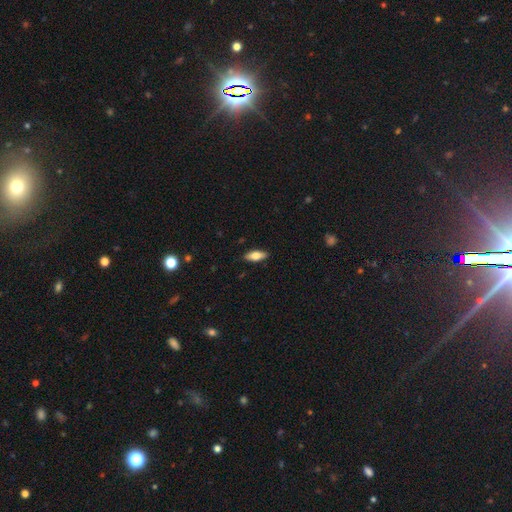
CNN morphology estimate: type=smooth (72%); roundness=in between (76%); merging=none (88%).